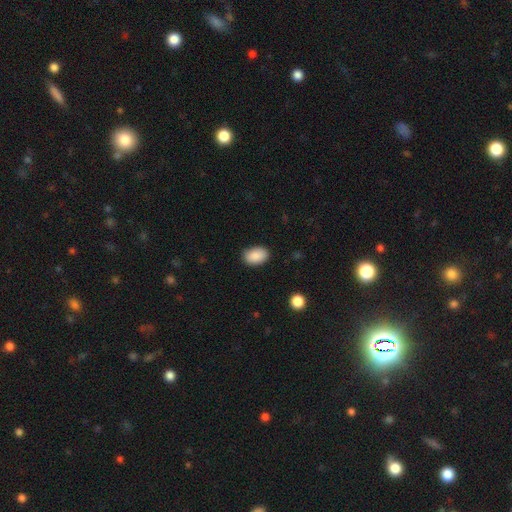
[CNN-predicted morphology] A smooth galaxy with no disk features (89%) that is in between round and cigar-shaped (86%). Merging: none (86%).